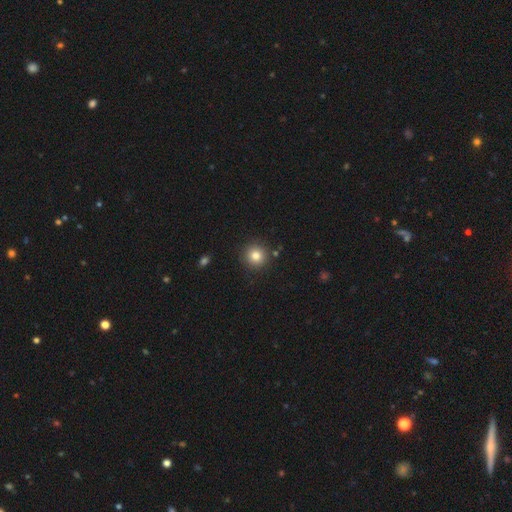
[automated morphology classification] This is clearly a smooth galaxy (81%). How rounded: clearly round (94%). Merging: clearly none (89%).